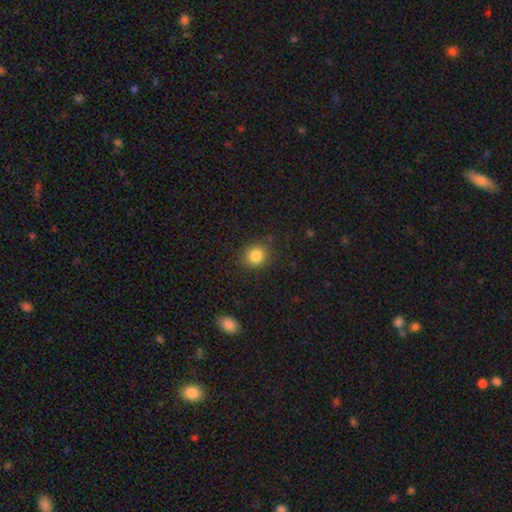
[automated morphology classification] smooth-or-featured: smooth: 85% | star or artifact: 10% | featured or disk: 5%
  how-rounded: round: 79% | in between: 20% | cigar-shaped: 1%
  merging: none: 82% | minor disturbance: 13% | major disturbance: 3% | merger: 2%